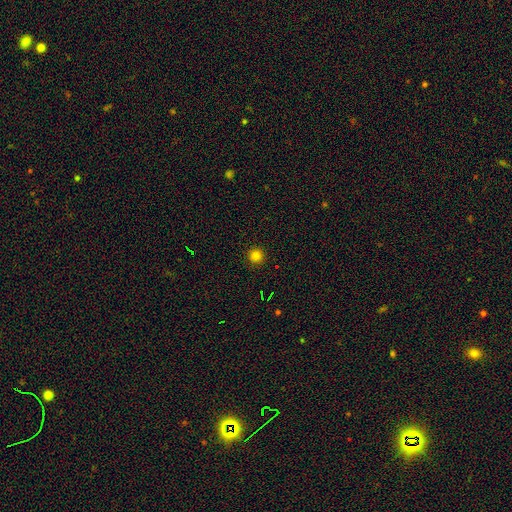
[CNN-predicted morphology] This is clearly a smooth galaxy (81%). How rounded: clearly round (96%). Merging: clearly none (93%).